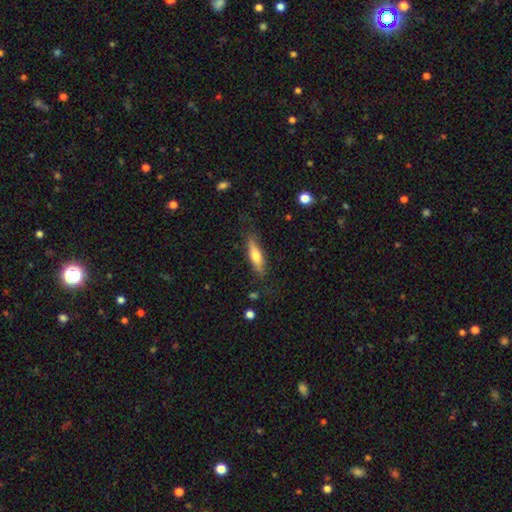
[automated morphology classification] Smooth or featured? smooth (57%)
How rounded? cigar-shaped (67%)
Merging? none (80%)